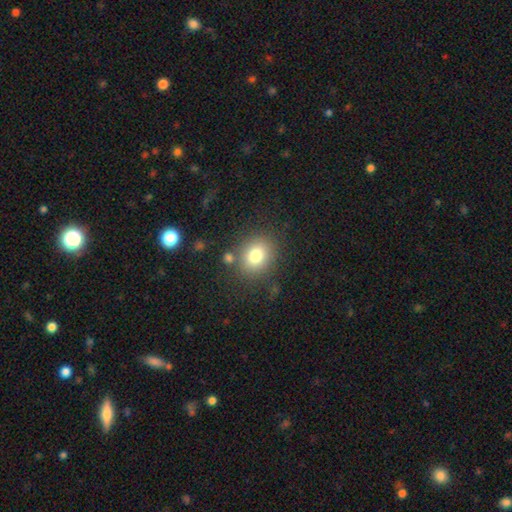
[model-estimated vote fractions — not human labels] This is likely a smooth galaxy (78%). How rounded: likely round (62%). Merging: likely none (79%).